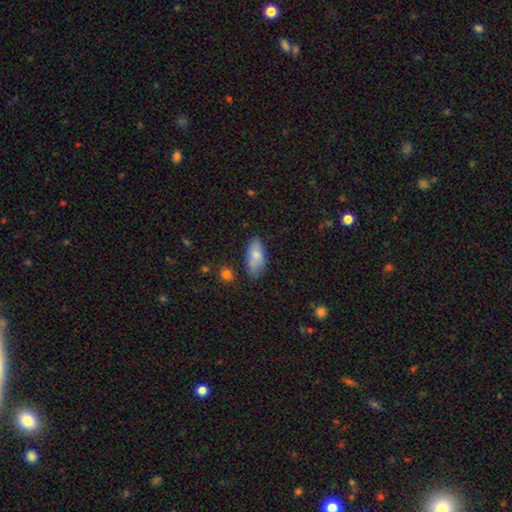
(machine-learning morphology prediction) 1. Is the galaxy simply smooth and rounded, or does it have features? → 79% smooth, 15% featured or disk, 6% star or artifact.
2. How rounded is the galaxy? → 87% in between, 10% cigar-shaped, 3% round.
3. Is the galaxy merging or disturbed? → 71% none, 21% minor disturbance, 4% major disturbance, 3% merger.